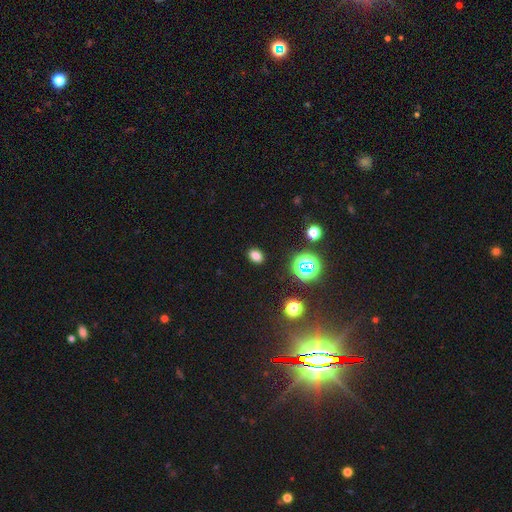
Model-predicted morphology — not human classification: A smooth galaxy with no disk features (76%) that is in between round and cigar-shaped (71%).

Vote fractions:
- Smooth or featured? smooth: 76% / star or artifact: 19% / featured or disk: 5%
- How rounded? in between: 71% / round: 27% / cigar-shaped: 1%
- Merging? none: 89% / minor disturbance: 7% / major disturbance: 2% / merger: 1%